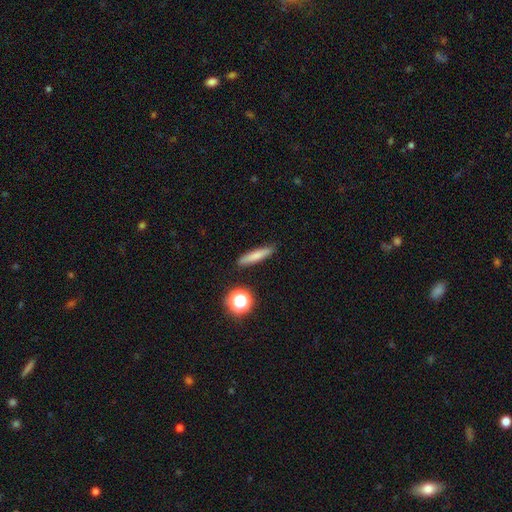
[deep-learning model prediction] This is likely a smooth galaxy (73%). How rounded: clearly cigar-shaped (86%). Merging: clearly none (88%).